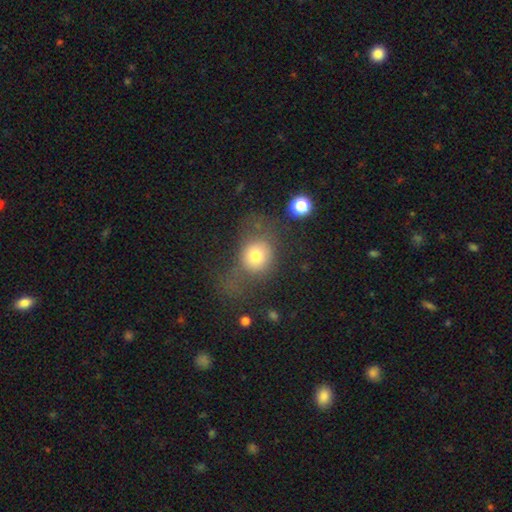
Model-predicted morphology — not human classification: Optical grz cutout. It shows a smooth galaxy with no disk features (74%) that is round (65%). Merging: none (44%).